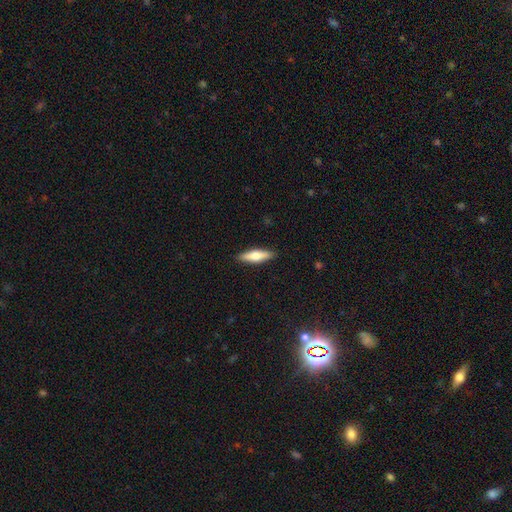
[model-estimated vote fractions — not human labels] Q: Smooth or featured?
A: smooth (56%); runner-up: featured or disk (38%)
Q: How rounded?
A: cigar-shaped (64%); runner-up: in between (34%)
Q: Merging?
A: none (90%); runner-up: minor disturbance (8%)